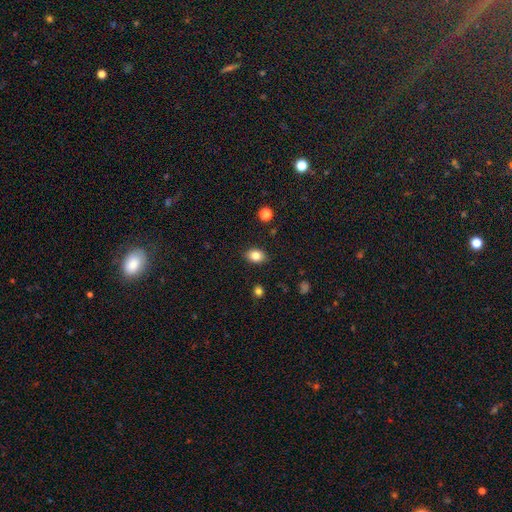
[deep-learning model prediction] Overall: smooth (83%). How rounded: in between (73%). Merging: none (88%).